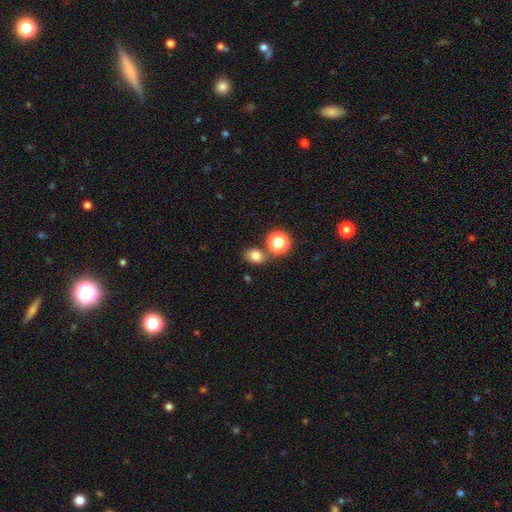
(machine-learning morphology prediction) Smooth or featured: smooth — 77% (star or artifact — 16%)
How rounded: in between — 61% (round — 38%)
Merging: none — 71% (merger — 14%)